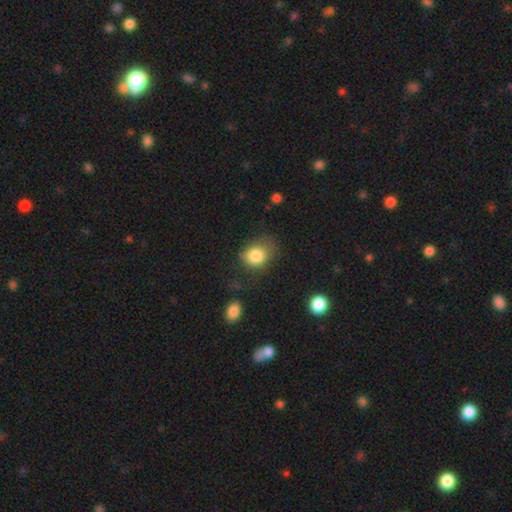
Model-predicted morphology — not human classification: Smooth or featured?
  - smooth: 83% *
  - star or artifact: 9%
  - featured or disk: 8%
How rounded?
  - round: 51% *
  - in between: 48%
  - cigar-shaped: 1%
Merging?
  - none: 56% *
  - minor disturbance: 28%
  - major disturbance: 12%
  - merger: 3%